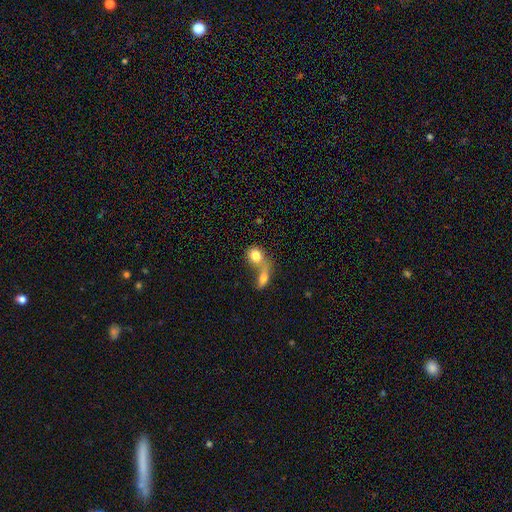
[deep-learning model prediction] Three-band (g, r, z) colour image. It shows a smooth galaxy with no disk features (79%) that is round (58%). Merging: merger (64%).